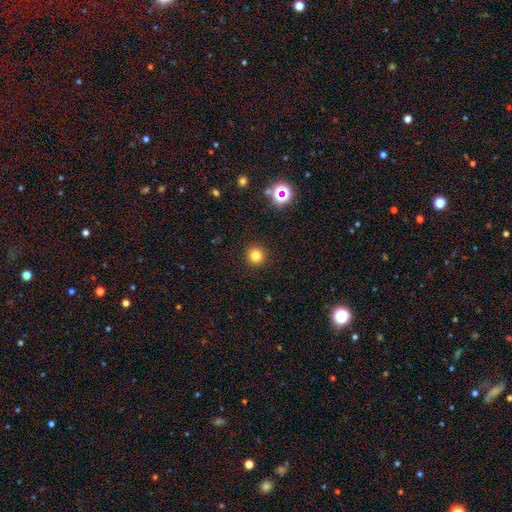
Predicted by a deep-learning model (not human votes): Morphology: type=smooth (80%); roundness=round (95%); merging=none (92%).